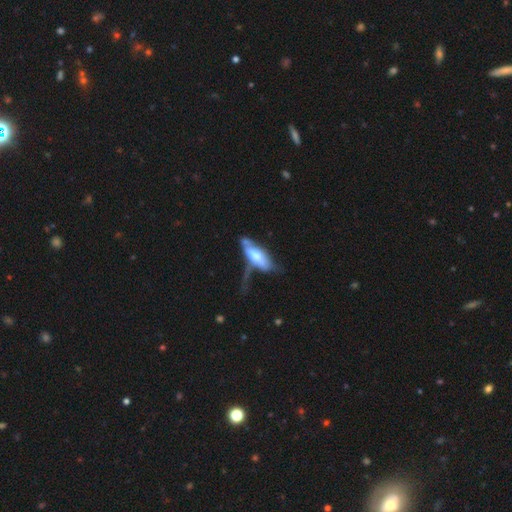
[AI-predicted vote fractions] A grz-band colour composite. It shows a smooth galaxy with no disk features (47%). Merging: major disturbance (43%).